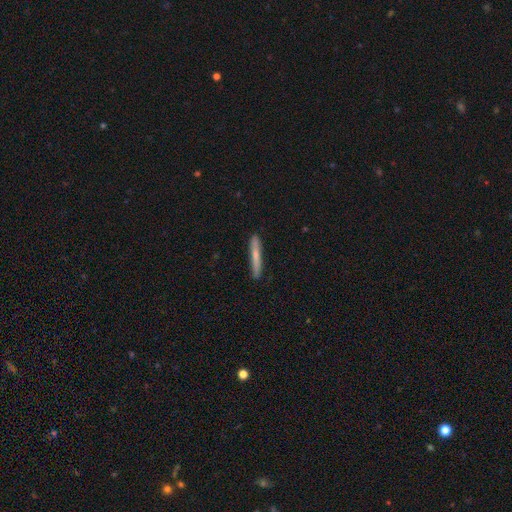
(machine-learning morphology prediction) A smooth galaxy with no disk features (66%) that is cigar-shaped (95%). Merging: none (88%).